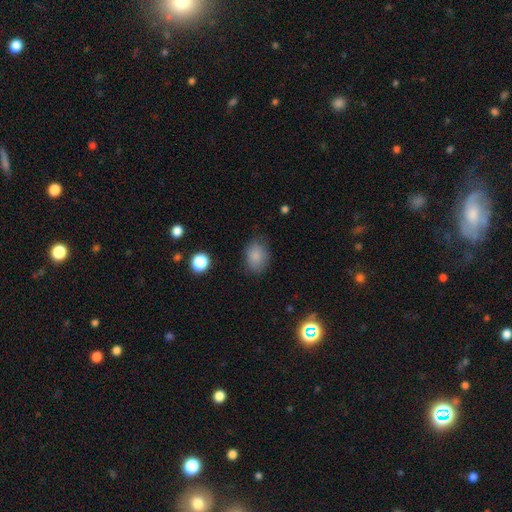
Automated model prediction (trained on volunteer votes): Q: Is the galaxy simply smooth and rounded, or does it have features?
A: smooth — 85%.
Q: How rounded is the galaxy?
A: in between — 65%.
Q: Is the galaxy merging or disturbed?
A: none — 75%.